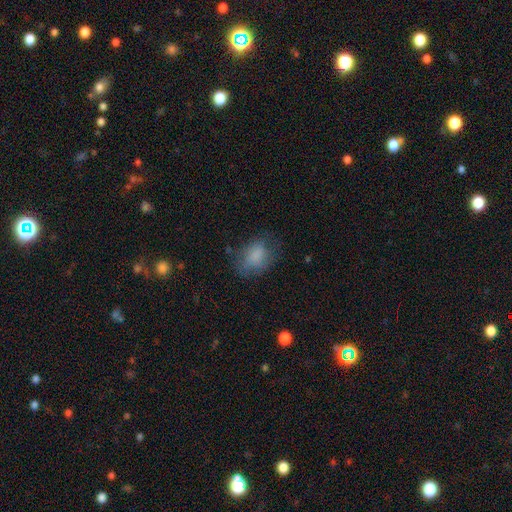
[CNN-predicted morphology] Q: Smooth or featured?
A: smooth (79%); runner-up: featured or disk (12%)
Q: How rounded?
A: in between (75%); runner-up: round (24%)
Q: Merging?
A: none (61%); runner-up: minor disturbance (24%)